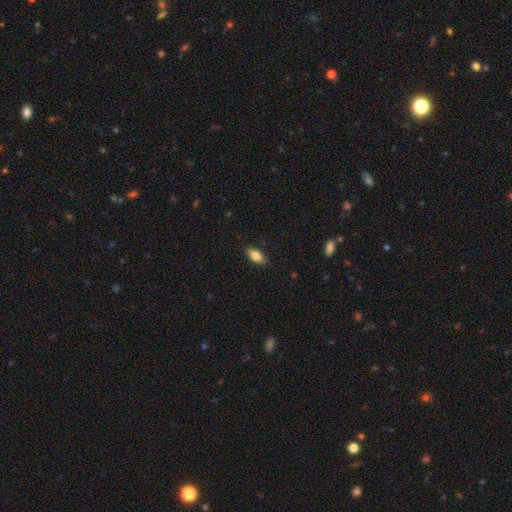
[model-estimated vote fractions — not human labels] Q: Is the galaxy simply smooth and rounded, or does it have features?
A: smooth — 83%.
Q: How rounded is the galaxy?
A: in between — 88%.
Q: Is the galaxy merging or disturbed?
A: none — 88%.